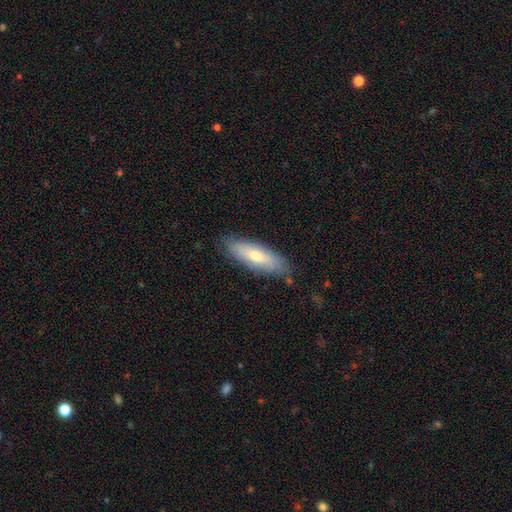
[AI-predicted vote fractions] Smooth or featured: smooth — 65% (featured or disk — 29%)
How rounded: in between — 51% (cigar-shaped — 47%)
Merging: none — 80% (minor disturbance — 16%)